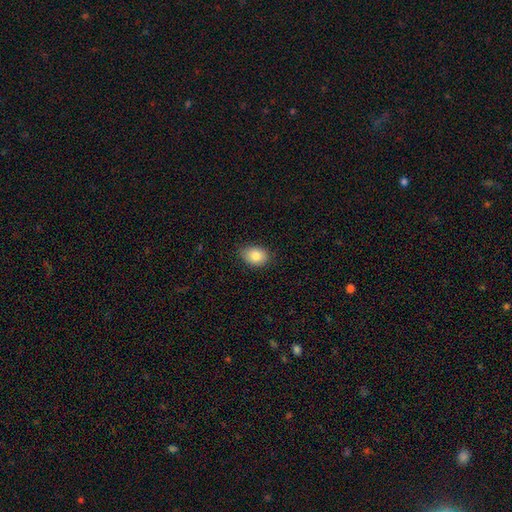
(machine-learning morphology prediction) The model was most divided on "how rounded": in between: 73%, round: 26%, cigar-shaped: 1%. More confident: smooth or featured — smooth (83%); merging — none (79%).